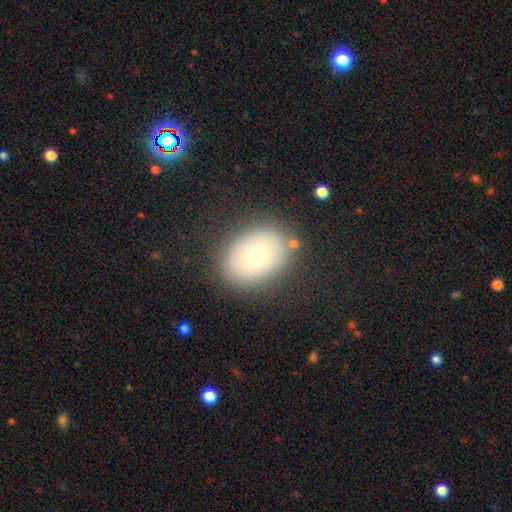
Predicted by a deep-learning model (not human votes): smooth-or-featured: smooth: 65% | featured or disk: 24% | star or artifact: 11%
  how-rounded: in between: 61% | round: 38% | cigar-shaped: 1%
  merging: none: 82% | minor disturbance: 12% | major disturbance: 4% | merger: 2%